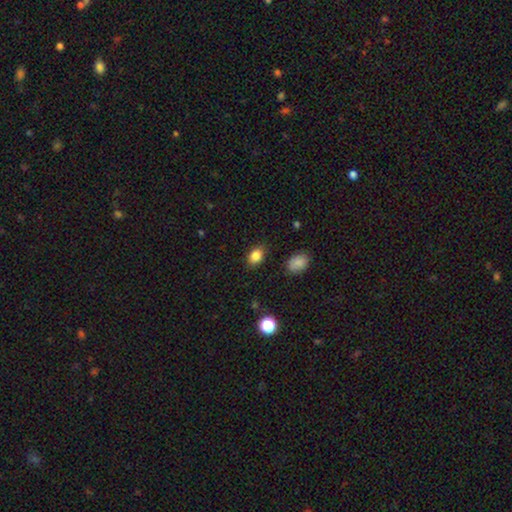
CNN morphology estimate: This is clearly a smooth galaxy (84%). How rounded: likely in between (70%). Merging: clearly none (84%).